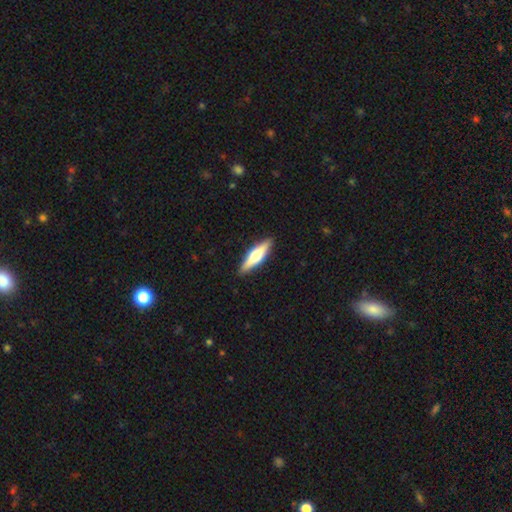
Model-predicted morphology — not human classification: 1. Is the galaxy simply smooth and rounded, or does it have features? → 51% featured or disk, 44% smooth, 5% star or artifact.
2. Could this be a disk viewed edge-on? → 95% yes, 5% no.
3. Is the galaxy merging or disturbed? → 90% none, 7% minor disturbance, 1% major disturbance, 1% merger.